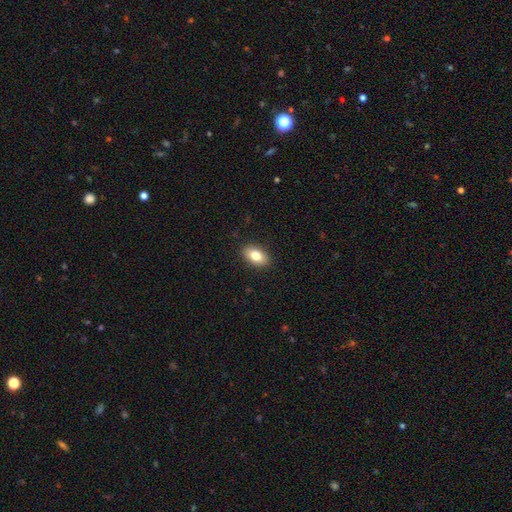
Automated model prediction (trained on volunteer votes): Smooth or featured?
  - smooth: 82% *
  - featured or disk: 11%
  - star or artifact: 8%
How rounded?
  - in between: 91% *
  - round: 7%
  - cigar-shaped: 3%
Merging?
  - none: 89% *
  - minor disturbance: 8%
  - major disturbance: 2%
  - merger: 1%